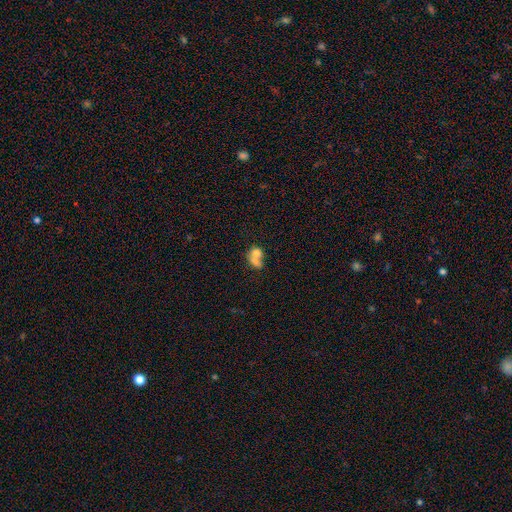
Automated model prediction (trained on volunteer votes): smooth-or-featured: smooth: 70% | featured or disk: 20% | star or artifact: 10%
  how-rounded: in between: 53% | round: 45% | cigar-shaped: 2%
  merging: merger: 66% | none: 19% | major disturbance: 8% | minor disturbance: 7%